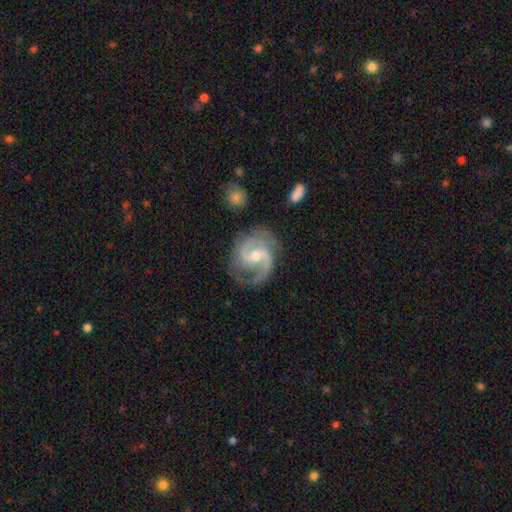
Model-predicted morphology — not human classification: This appears to be a featured or disk galaxy (90%) with a weak bar (53%), 2 (78%) medium (57%) spiral arms (98%) and a moderate central bulge (52%). Merging: none (70%).